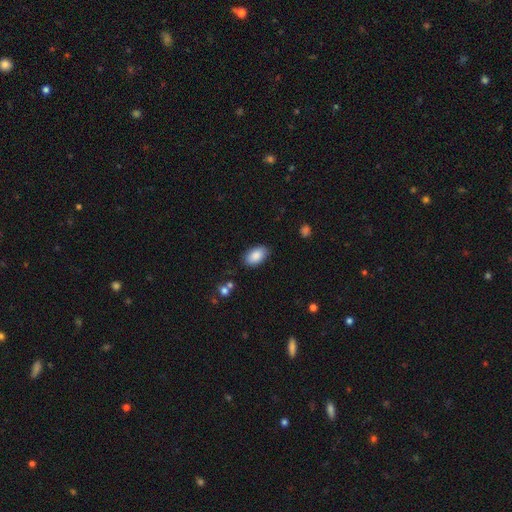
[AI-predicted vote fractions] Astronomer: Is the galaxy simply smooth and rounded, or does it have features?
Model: smooth — 87%.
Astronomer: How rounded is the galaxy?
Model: in between — 94%.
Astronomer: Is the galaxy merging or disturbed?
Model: none — 85%.